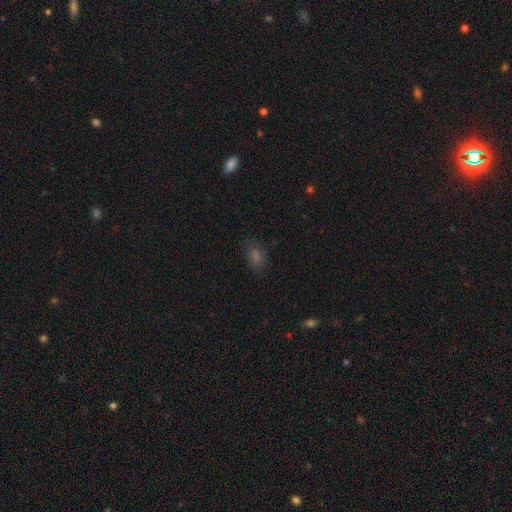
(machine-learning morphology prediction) Smooth or featured? Predicted: smooth (p=0.62). How rounded? Predicted: in between (p=0.79). Merging? Predicted: none (p=0.80).